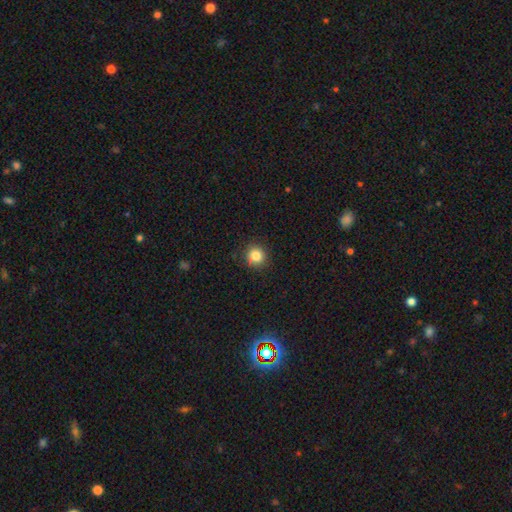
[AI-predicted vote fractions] smooth 83%, star or artifact 12%, featured or disk 5%. Down the decision tree: how rounded — round (93%); merging — none (88%).